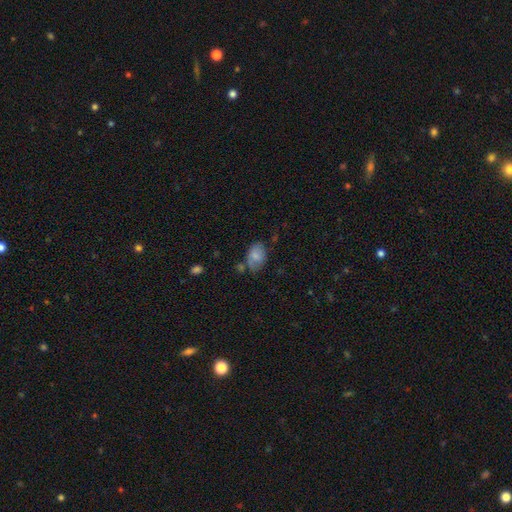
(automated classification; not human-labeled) smooth 78%, featured or disk 14%, star or artifact 8%. Down the decision tree: how rounded — in between (85%); merging — none (59%).